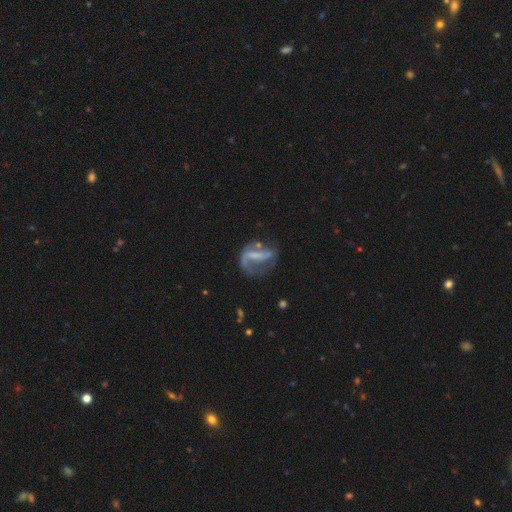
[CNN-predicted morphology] Q: Smooth or featured?
A: featured or disk (66%); runner-up: smooth (24%)
Q: Edge-on disk?
A: no (94%); runner-up: yes (6%)
Q: Bar?
A: strong (46%); runner-up: weak (29%)
Q: Spiral arms?
A: yes (62%); runner-up: no (38%)
Q: Bulge size?
A: none (53%); runner-up: small (26%)
Q: Merging?
A: none (37%); runner-up: major disturbance (35%)